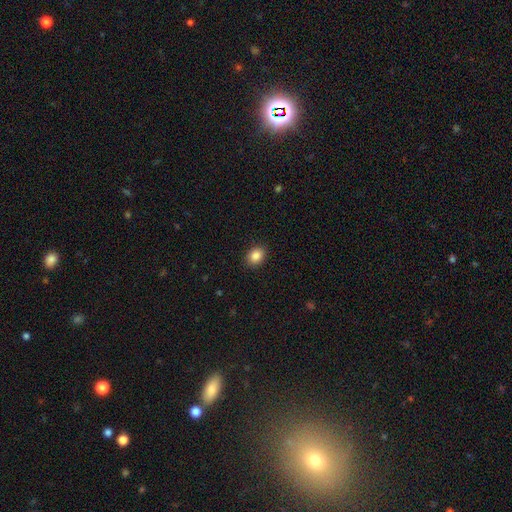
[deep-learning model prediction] This is clearly a smooth galaxy (87%). How rounded: possibly in between (58%). Merging: clearly none (90%).